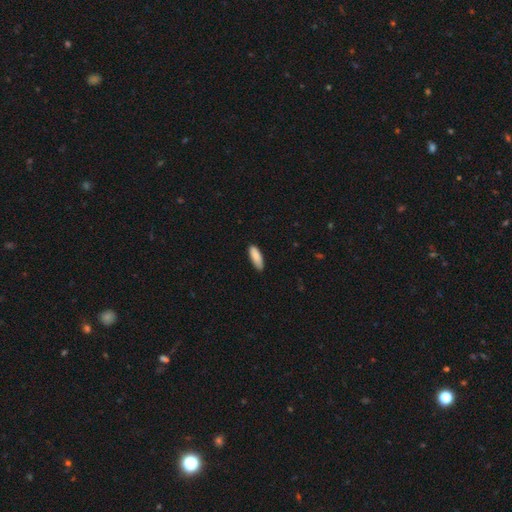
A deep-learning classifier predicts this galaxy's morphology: This appears to be a smooth galaxy with no disk features (89%) that is in between round and cigar-shaped (64%). Merging: none (80%).